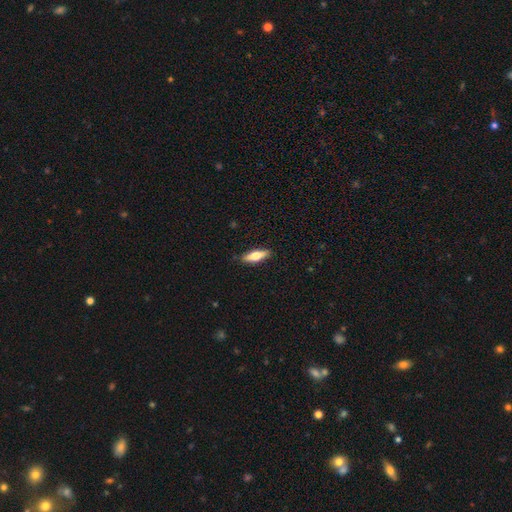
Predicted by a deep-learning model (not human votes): smooth_or_featured: smooth (p=0.60) [alt: featured or disk p=0.34]
how_rounded: in between (p=0.49) [alt: cigar-shaped p=0.48]
merging: none (p=0.88) [alt: minor disturbance p=0.09]